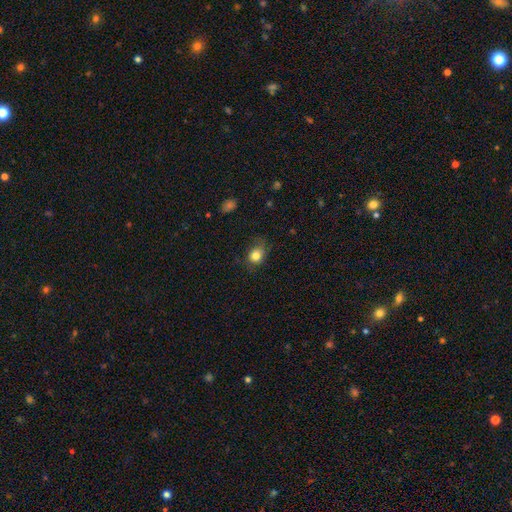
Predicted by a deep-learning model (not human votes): Morphology: type=smooth (82%); roundness=round (59%); merging=none (59%).